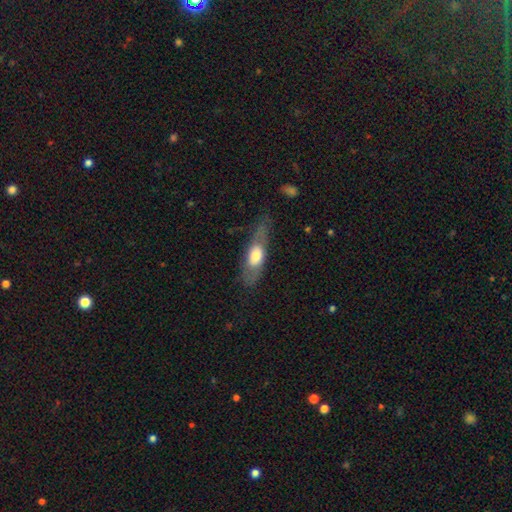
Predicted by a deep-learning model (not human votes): This appears to be a smooth galaxy with no disk features (52%) that is in between round and cigar-shaped (57%). Merging: none (63%).